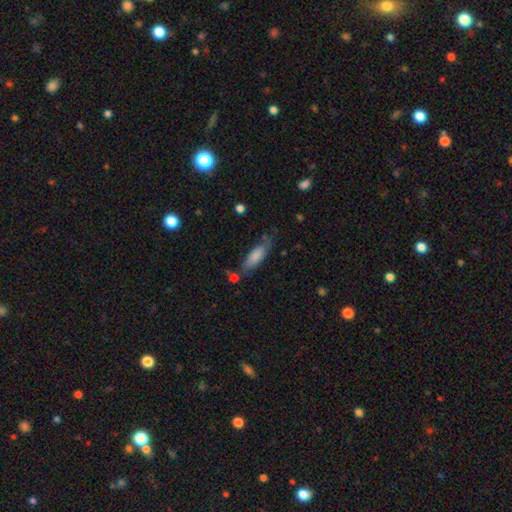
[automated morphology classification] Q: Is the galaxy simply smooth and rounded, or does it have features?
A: smooth — 79%.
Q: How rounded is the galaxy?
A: in between — 60%.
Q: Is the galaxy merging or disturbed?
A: none — 61%.